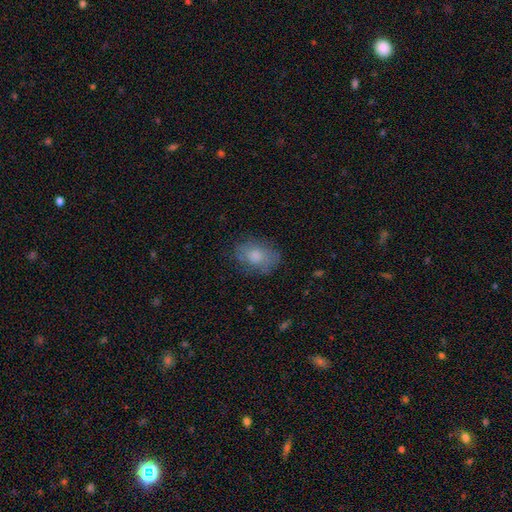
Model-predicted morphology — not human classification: A smooth galaxy with no disk features (70%) that is in between round and cigar-shaped (75%).

Vote fractions:
- Smooth or featured? smooth: 70% / featured or disk: 22% / star or artifact: 8%
- How rounded? in between: 75% / round: 24% / cigar-shaped: 1%
- Merging? none: 69% / minor disturbance: 21% / major disturbance: 8% / merger: 1%